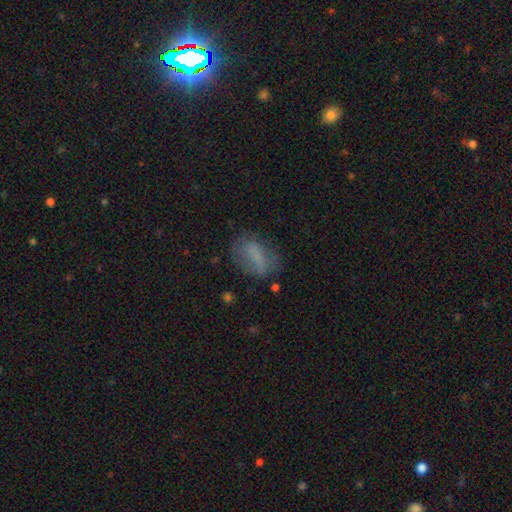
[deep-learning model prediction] This is likely a smooth galaxy (65%). How rounded: clearly in between (80%). Merging: possibly none (60%).